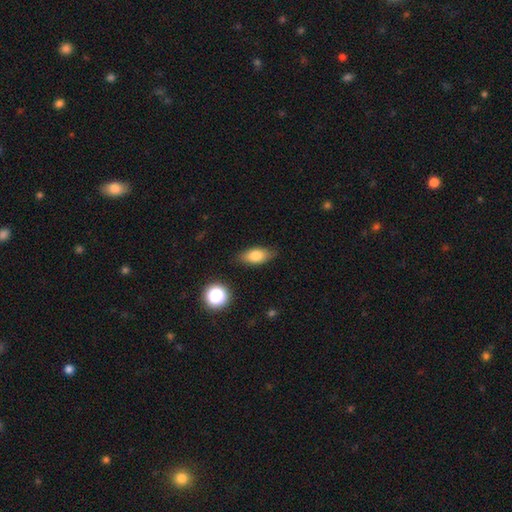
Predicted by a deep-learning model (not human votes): Smooth or featured: smooth — 79% (featured or disk — 12%)
How rounded: in between — 85% (cigar-shaped — 9%)
Merging: none — 83% (minor disturbance — 13%)